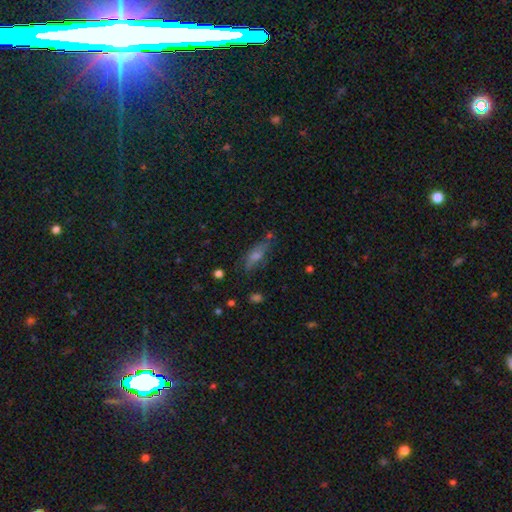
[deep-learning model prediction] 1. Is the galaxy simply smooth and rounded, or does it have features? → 45% smooth, 37% featured or disk, 17% star or artifact.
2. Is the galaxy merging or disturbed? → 70% none, 19% minor disturbance, 6% major disturbance, 5% merger.